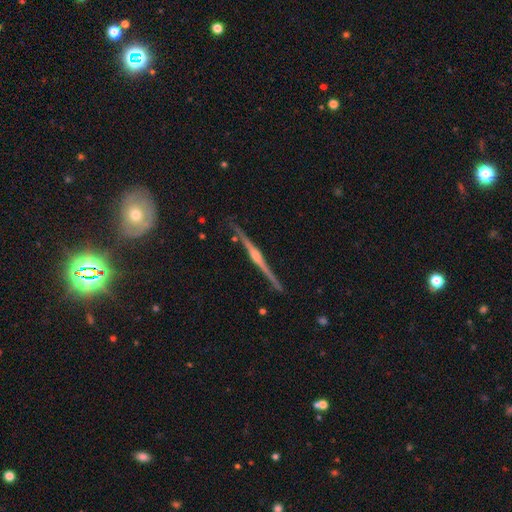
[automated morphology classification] Q: Smooth or featured?
A: featured or disk (87%); runner-up: smooth (8%)
Q: Edge-on disk?
A: yes (98%); runner-up: no (2%)
Q: Edge-on bulge?
A: rounded (82%); runner-up: none (9%)
Q: Merging?
A: none (85%); runner-up: minor disturbance (11%)